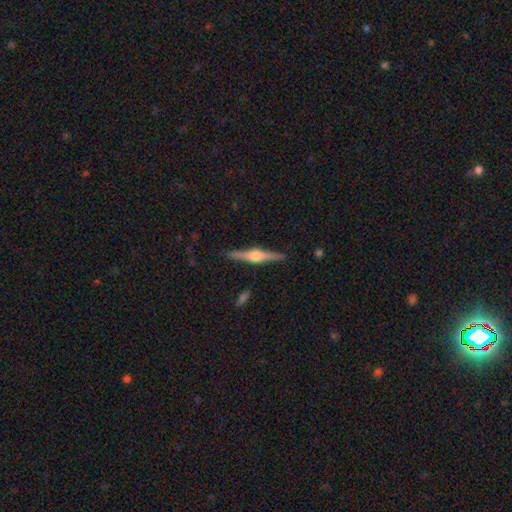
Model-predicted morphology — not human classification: Overall: featured or disk (78%). Edge-on disk: yes (98%). Edge-on bulge: rounded (94%). Merging: none (91%).